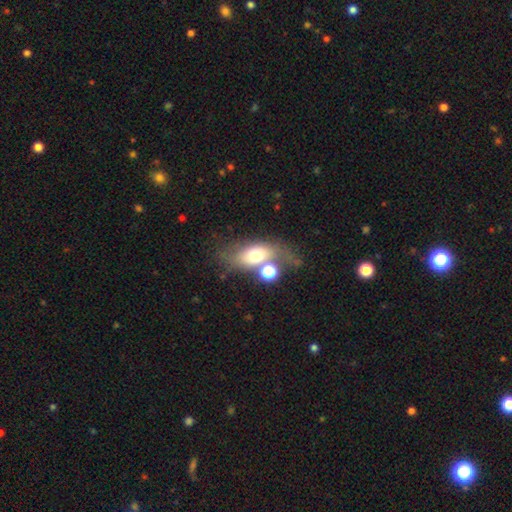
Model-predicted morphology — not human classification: Q: Smooth or featured?
A: smooth (59%); runner-up: featured or disk (30%)
Q: How rounded?
A: in between (74%); runner-up: round (18%)
Q: Merging?
A: none (43%); runner-up: merger (27%)